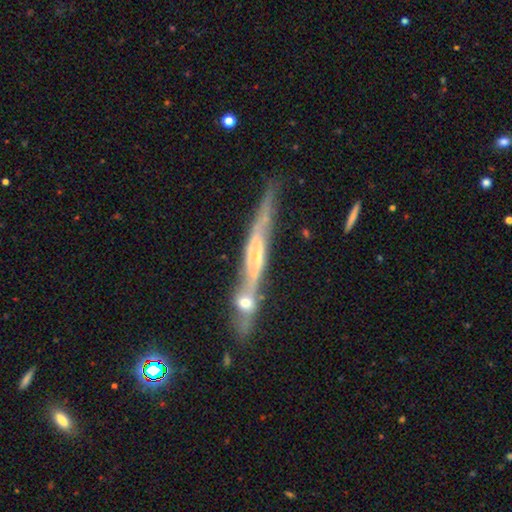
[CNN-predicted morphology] smooth_or_featured: featured or disk (p=0.73) [alt: smooth p=0.18]
disk_edge_on: yes (p=0.90) [alt: no p=0.10]
edge_on_bulge: rounded (p=0.47) [alt: none p=0.43]
merging: none (p=0.64) [alt: merger p=0.16]